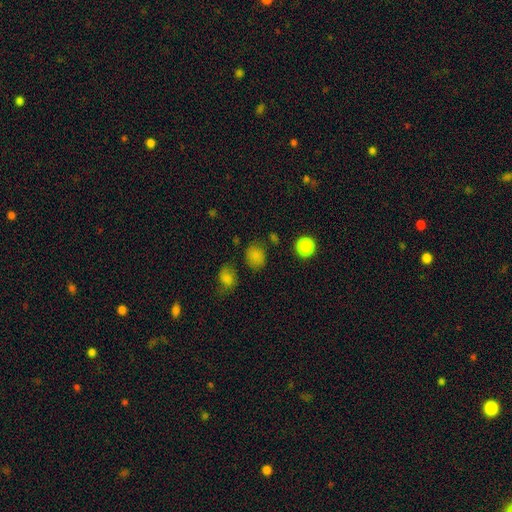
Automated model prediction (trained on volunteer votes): This is likely a smooth galaxy (78%). How rounded: likely round (64%). Merging: likely none (75%).